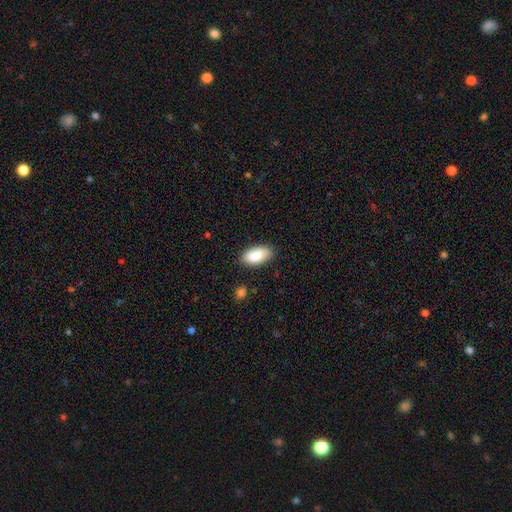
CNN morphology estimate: smooth 87%, featured or disk 7%, star or artifact 6%. Down the decision tree: how rounded — in between (93%); merging — none (83%).